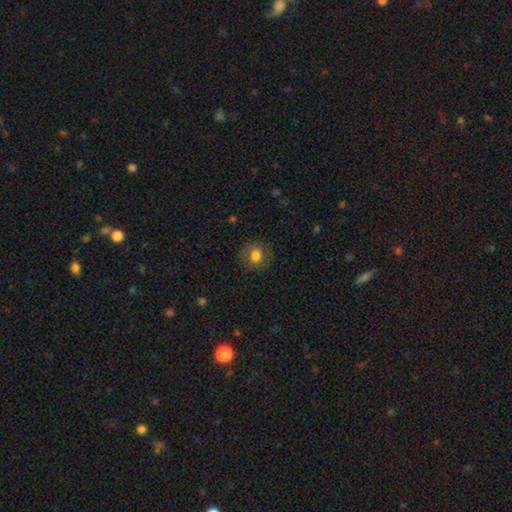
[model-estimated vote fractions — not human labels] smooth-or-featured: smooth: 75% | featured or disk: 16% | star or artifact: 10%
  how-rounded: round: 79% | in between: 20% | cigar-shaped: 1%
  merging: none: 83% | minor disturbance: 11% | major disturbance: 5% | merger: 1%